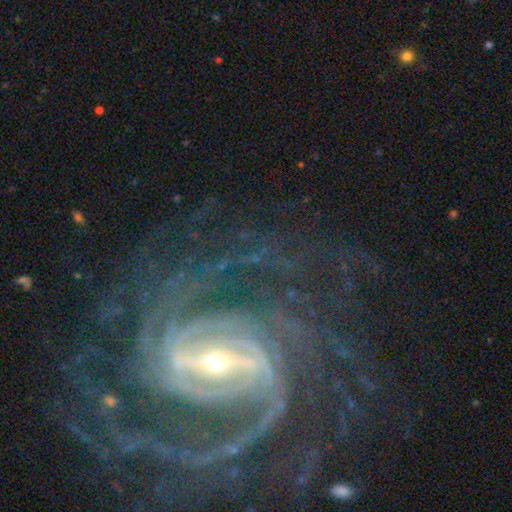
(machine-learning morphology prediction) The model was most divided on "spiral arm count": 2: 22%, 4: 19%, more than 4: 18%, can't tell: 17%, 3: 15%, 1: 10%. More confident: spiral arms — yes (98%); edge-on disk — no (97%); smooth or featured — featured or disk (91%); bar — strong (72%); bulge size — small (71%); merging — none (66%); spiral winding — tight (52%).